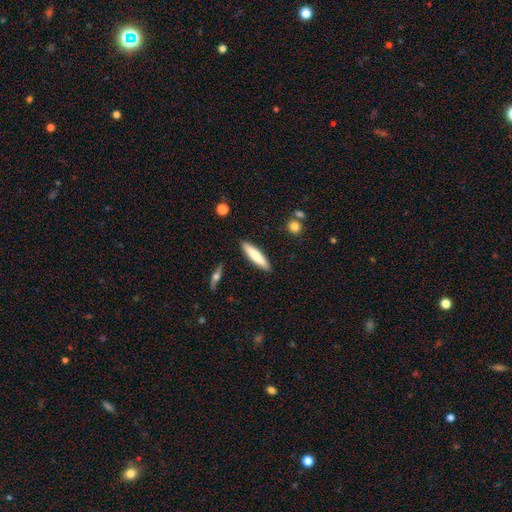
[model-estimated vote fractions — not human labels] Q: Smooth or featured?
A: smooth (74%); runner-up: featured or disk (20%)
Q: How rounded?
A: cigar-shaped (81%); runner-up: in between (18%)
Q: Merging?
A: none (89%); runner-up: minor disturbance (8%)